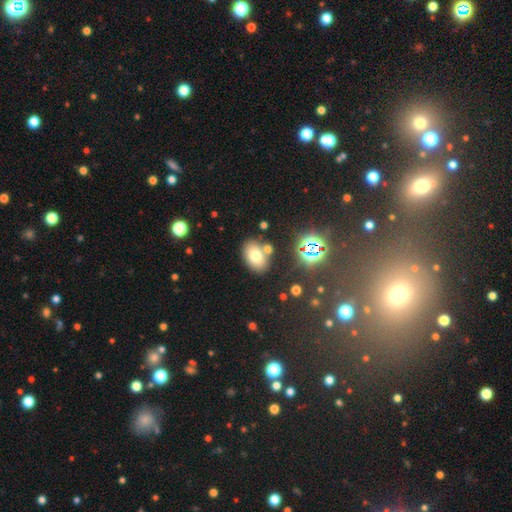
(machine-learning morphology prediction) Smooth or featured? Predicted: smooth (p=0.70). How rounded? Predicted: in between (p=0.82). Merging? Predicted: none (p=0.71).